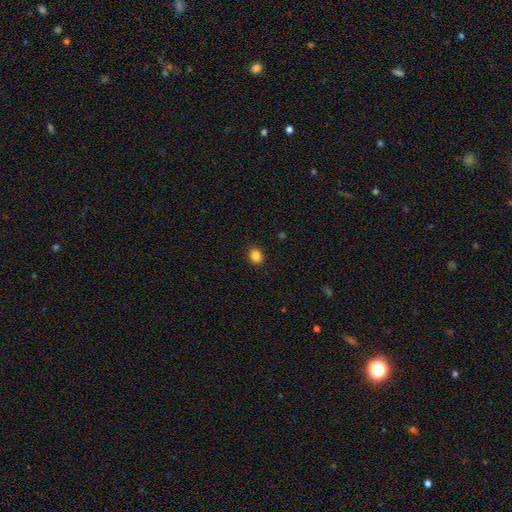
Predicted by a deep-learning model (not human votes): Smooth or featured? Predicted: smooth (p=0.86). How rounded? Predicted: round (p=0.73). Merging? Predicted: none (p=0.91).